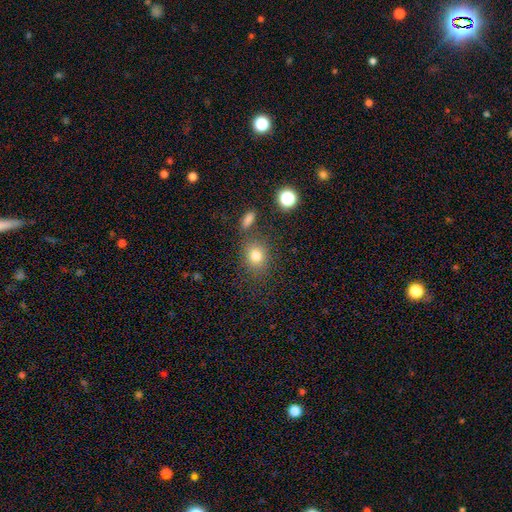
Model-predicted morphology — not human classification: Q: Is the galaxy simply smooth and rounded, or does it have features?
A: smooth — 79%.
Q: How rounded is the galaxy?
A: round — 58%.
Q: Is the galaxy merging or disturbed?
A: none — 75%.